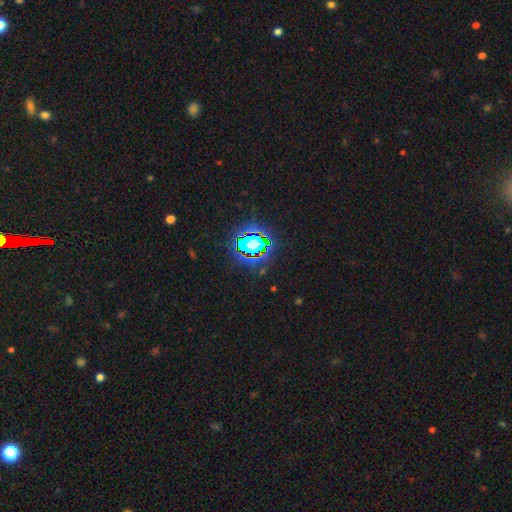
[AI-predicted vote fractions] Smooth or featured? star or artifact (79%)